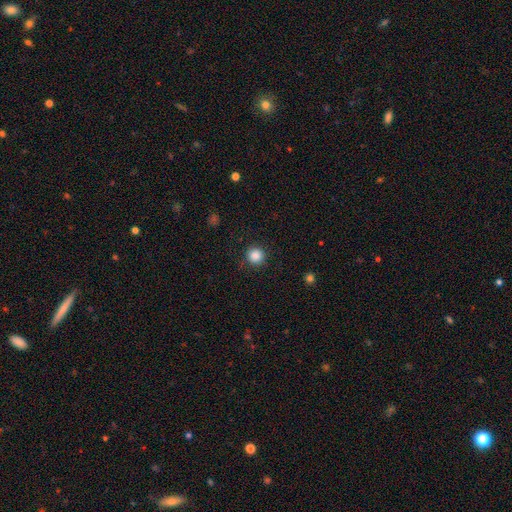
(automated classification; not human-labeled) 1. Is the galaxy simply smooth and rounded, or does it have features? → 86% smooth, 11% star or artifact, 3% featured or disk.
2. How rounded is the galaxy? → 95% round, 4% in between, 1% cigar-shaped.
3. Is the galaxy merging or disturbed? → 88% none, 8% minor disturbance, 3% major disturbance, 1% merger.